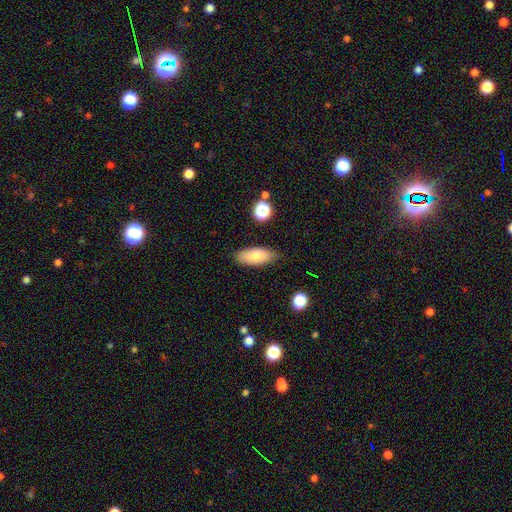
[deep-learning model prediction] This is likely a smooth galaxy (77%). How rounded: likely in between (80%). Merging: clearly none (84%).